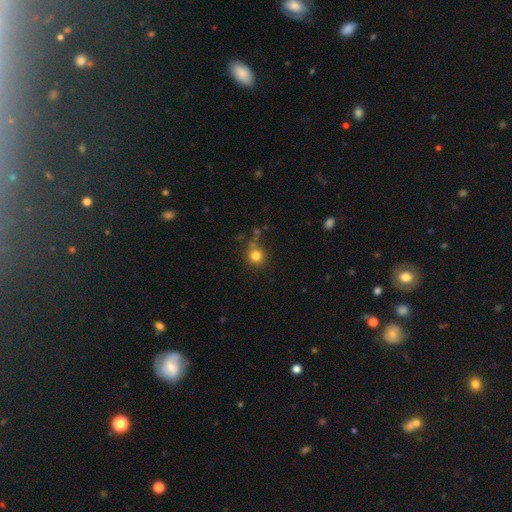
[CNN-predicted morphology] Smooth or featured? Predicted: smooth (p=0.81). How rounded? Predicted: round (p=0.92). Merging? Predicted: none (p=0.75).